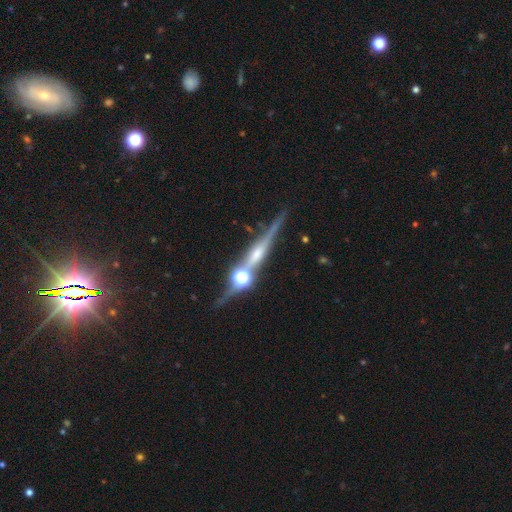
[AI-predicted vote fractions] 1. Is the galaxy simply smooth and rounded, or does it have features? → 76% featured or disk, 12% star or artifact, 12% smooth.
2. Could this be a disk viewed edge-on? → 96% yes, 4% no.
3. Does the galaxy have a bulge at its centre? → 81% rounded, 10% none, 10% boxy.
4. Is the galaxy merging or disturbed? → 73% none, 14% merger, 10% minor disturbance, 4% major disturbance.